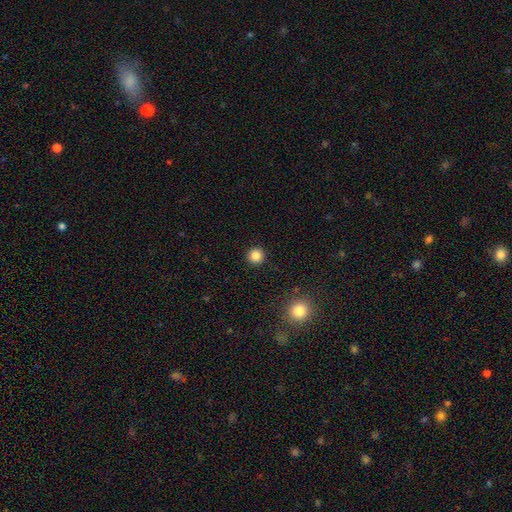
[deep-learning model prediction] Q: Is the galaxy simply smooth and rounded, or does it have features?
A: smooth — 85%.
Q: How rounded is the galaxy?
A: round — 95%.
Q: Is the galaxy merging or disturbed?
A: none — 93%.